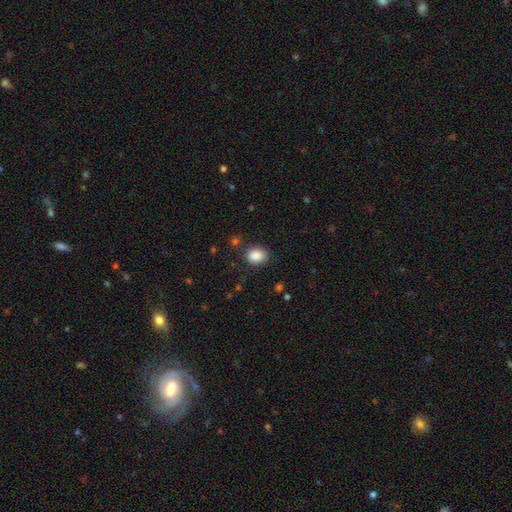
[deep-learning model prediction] Q: Smooth or featured?
A: smooth (88%); runner-up: star or artifact (9%)
Q: How rounded?
A: in between (53%); runner-up: round (46%)
Q: Merging?
A: none (82%); runner-up: minor disturbance (12%)